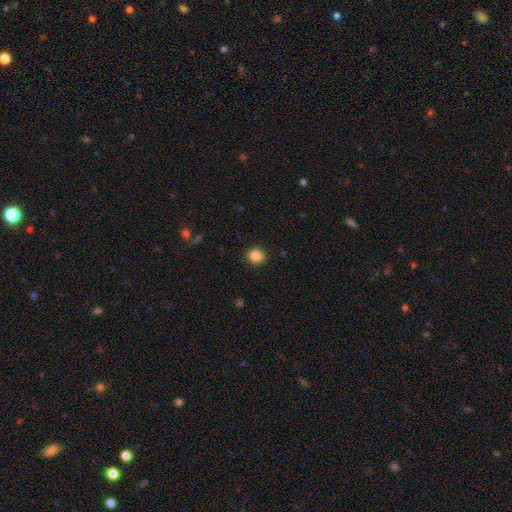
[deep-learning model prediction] smooth_or_featured: smooth (p=0.86) [alt: star or artifact p=0.10]
how_rounded: round (p=0.85) [alt: in between p=0.15]
merging: none (p=0.91) [alt: minor disturbance p=0.06]